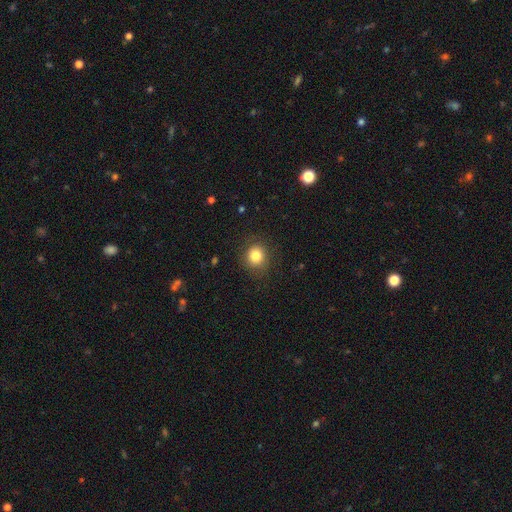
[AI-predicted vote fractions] smooth_or_featured: smooth (p=0.83) [alt: star or artifact p=0.11]
how_rounded: round (p=0.85) [alt: in between p=0.14]
merging: none (p=0.87) [alt: minor disturbance p=0.09]